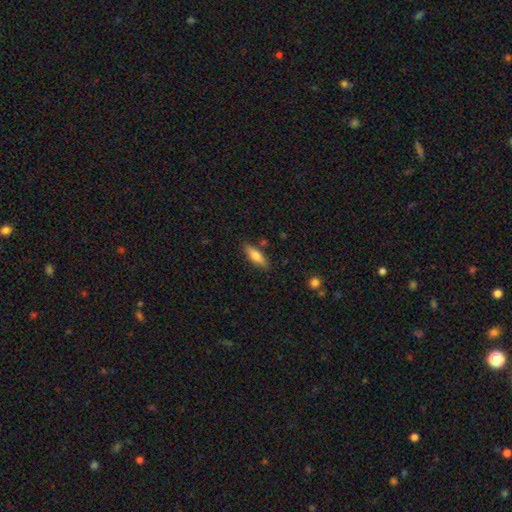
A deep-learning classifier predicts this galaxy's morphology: A smooth galaxy with no disk features (73%) that is in between round and cigar-shaped (53%).

Vote fractions:
- Smooth or featured? smooth: 73% / featured or disk: 21% / star or artifact: 7%
- How rounded? in between: 53% / cigar-shaped: 45% / round: 2%
- Merging? none: 80% / minor disturbance: 13% / merger: 4% / major disturbance: 3%